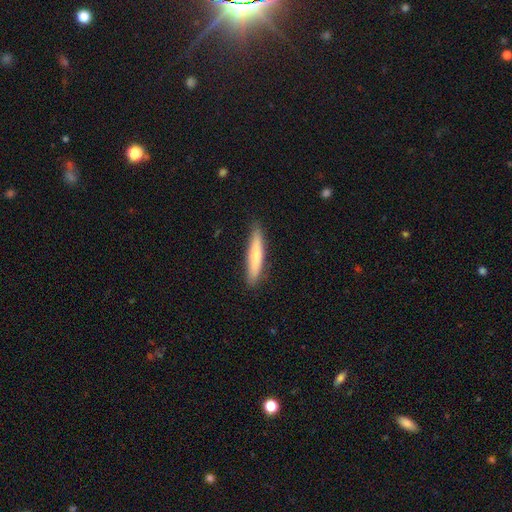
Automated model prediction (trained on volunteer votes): This is likely a smooth galaxy (71%). How rounded: clearly cigar-shaped (90%). Merging: clearly none (88%).